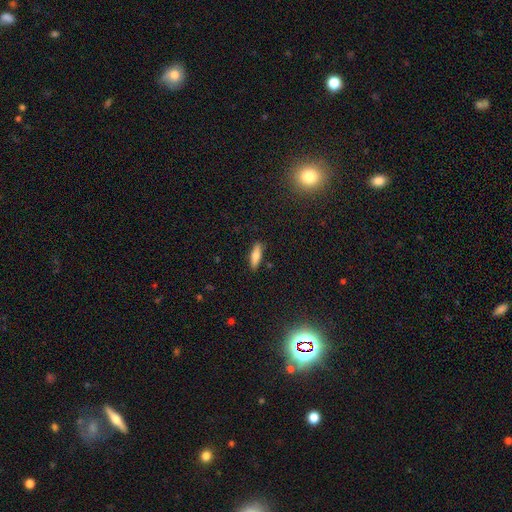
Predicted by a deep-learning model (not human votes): The model was most divided on "how rounded": cigar-shaped: 57%, in between: 41%, round: 2%. More confident: merging — none (87%); smooth or featured — smooth (75%).